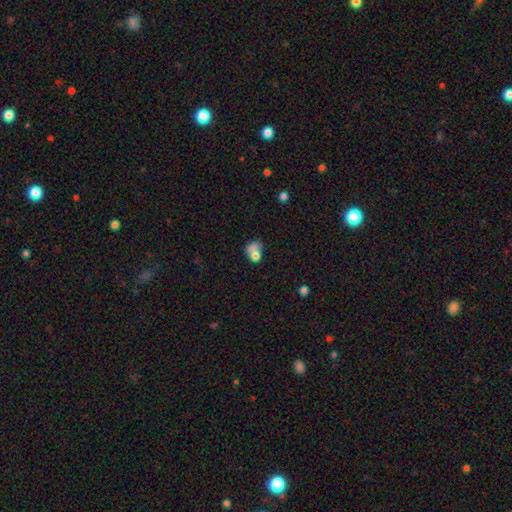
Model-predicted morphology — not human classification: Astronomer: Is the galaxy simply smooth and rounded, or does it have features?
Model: smooth — 69%.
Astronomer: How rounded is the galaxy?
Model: round — 54% (runner-up: in between, 45%).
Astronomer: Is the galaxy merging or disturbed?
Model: merger — 48% (runner-up: none, 26%).